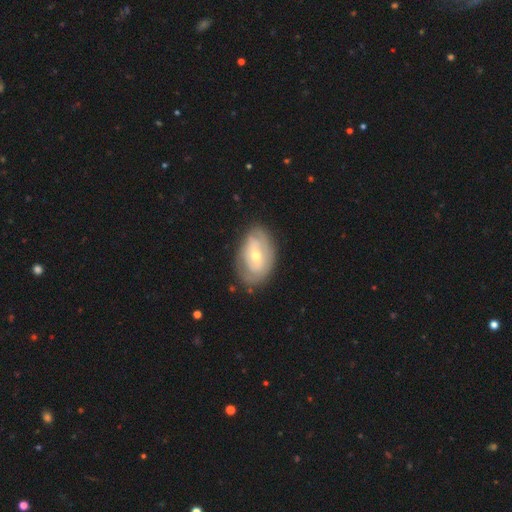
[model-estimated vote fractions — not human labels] smooth_or_featured: featured or disk (p=0.61) [alt: smooth p=0.33]
disk_edge_on: no (p=0.94) [alt: yes p=0.06]
bar: no (p=0.63) [alt: weak p=0.28]
has_spiral_arms: yes (p=0.59) [alt: no p=0.41]
bulge_size: moderate (p=0.52) [alt: small p=0.44]
merging: none (p=0.75) [alt: minor disturbance p=0.18]